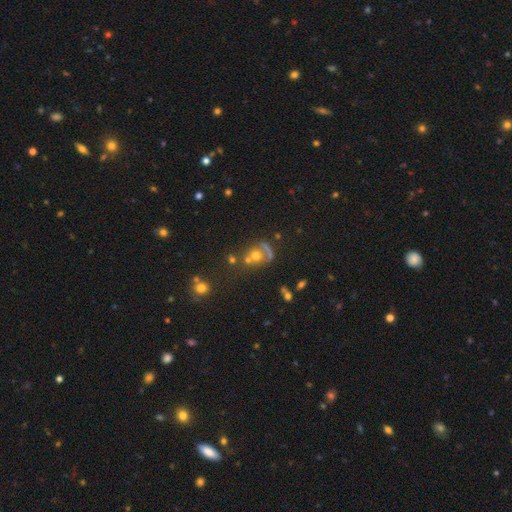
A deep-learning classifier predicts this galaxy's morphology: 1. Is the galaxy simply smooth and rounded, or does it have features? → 46% smooth, 33% featured or disk, 21% star or artifact.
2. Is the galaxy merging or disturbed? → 36% none, 34% merger, 17% major disturbance, 12% minor disturbance.